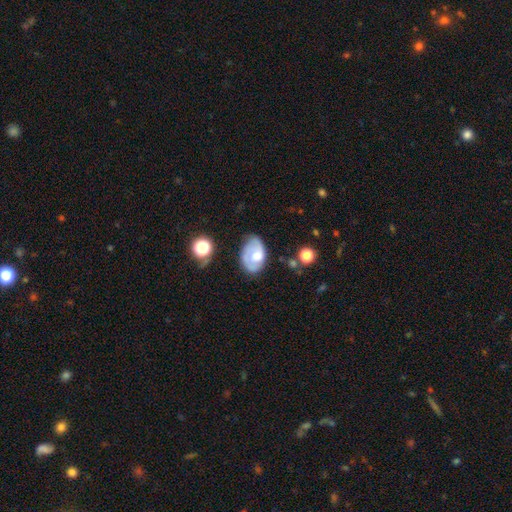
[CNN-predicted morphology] smooth-or-featured: featured or disk: 55% | smooth: 37% | star or artifact: 8%
  disk-edge-on: no: 96% | yes: 4%
    bar: no: 69% | weak: 26% | strong: 4%
    has-spiral-arms: yes: 72% | no: 28%
    bulge-size: moderate: 56% | large: 18% | small: 18% | none: 6% | dominant: 2%
  merging: none: 56% | minor disturbance: 29% | major disturbance: 11% | merger: 3%